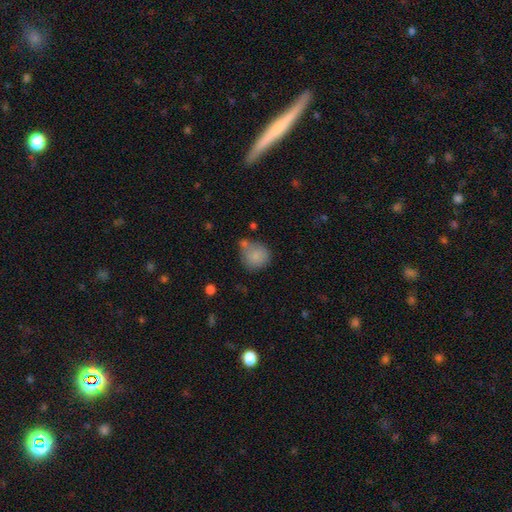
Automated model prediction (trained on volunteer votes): The model was most divided on "merging": none: 54%, minor disturbance: 20%, merger: 19%, major disturbance: 7%. More confident: how rounded — round (84%); smooth or featured — smooth (83%).